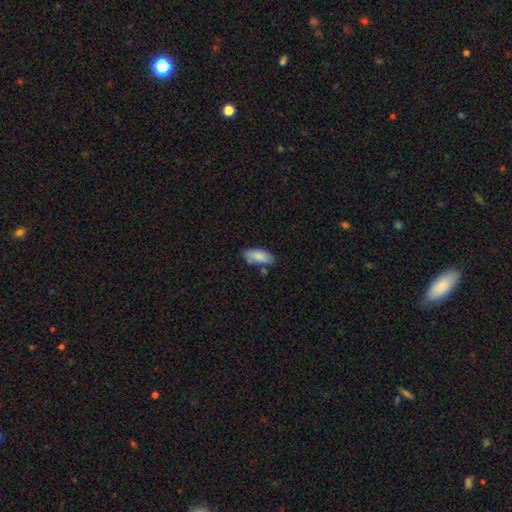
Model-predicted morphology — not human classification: smooth_or_featured: smooth (p=0.84) [alt: featured or disk p=0.09]
how_rounded: in between (p=0.83) [alt: cigar-shaped p=0.15]
merging: none (p=0.71) [alt: minor disturbance p=0.19]